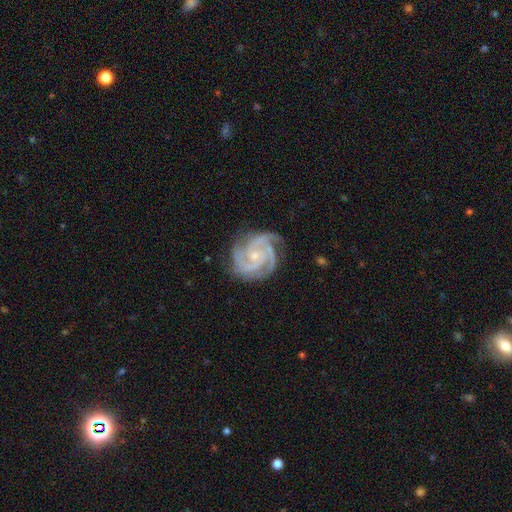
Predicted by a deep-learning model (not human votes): featured or disk 93%, star or artifact 4%, smooth 3%. Down the decision tree: edge-on disk — no (98%); bar — no (68%); spiral arms — yes (99%); spiral arm count — 3 (64%); spiral winding — tight (69%); bulge size — small (71%); merging — none (78%).